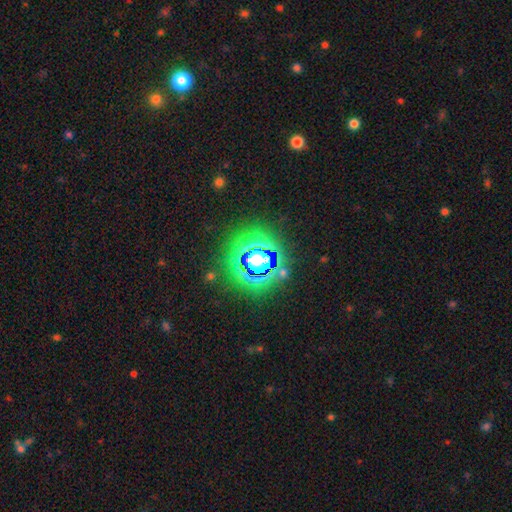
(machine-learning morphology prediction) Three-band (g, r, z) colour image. It shows a star or artifact, not a galaxy (77%).